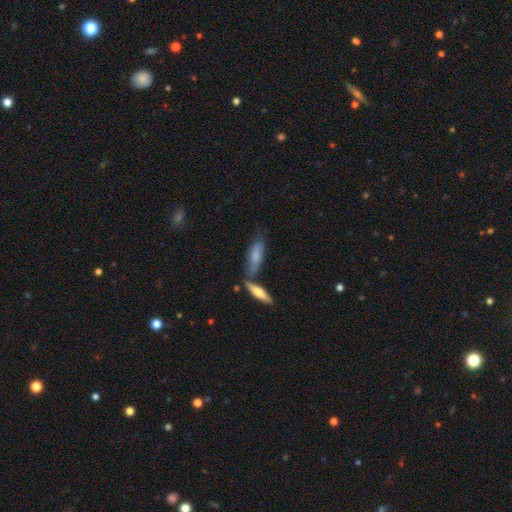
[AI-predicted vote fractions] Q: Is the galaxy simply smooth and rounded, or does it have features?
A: smooth — 69%.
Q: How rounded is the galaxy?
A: in between — 54%.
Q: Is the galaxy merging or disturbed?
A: none — 51%.